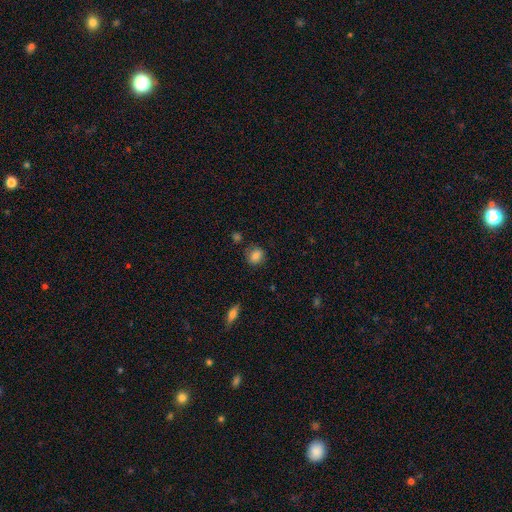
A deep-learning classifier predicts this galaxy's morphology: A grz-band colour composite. It shows a smooth galaxy with no disk features (82%) that is round (72%). Merging: none (82%).